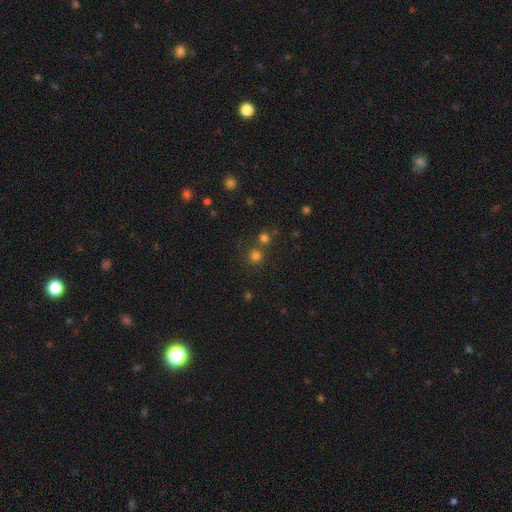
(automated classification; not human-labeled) Morphology: type=smooth (72%); roundness=round (92%); merging=none (67%).